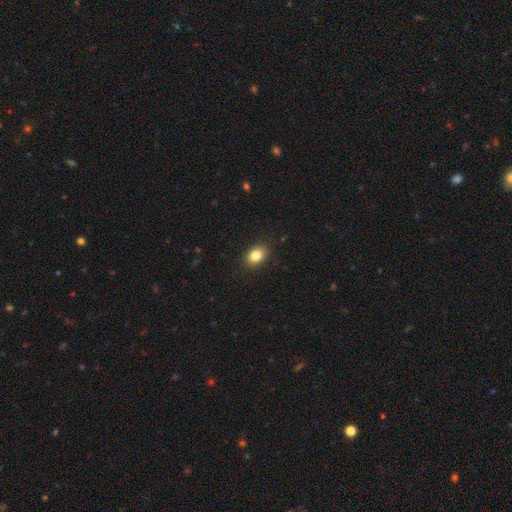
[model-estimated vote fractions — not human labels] This is clearly a smooth galaxy (84%). How rounded: likely in between (75%). Merging: clearly none (88%).